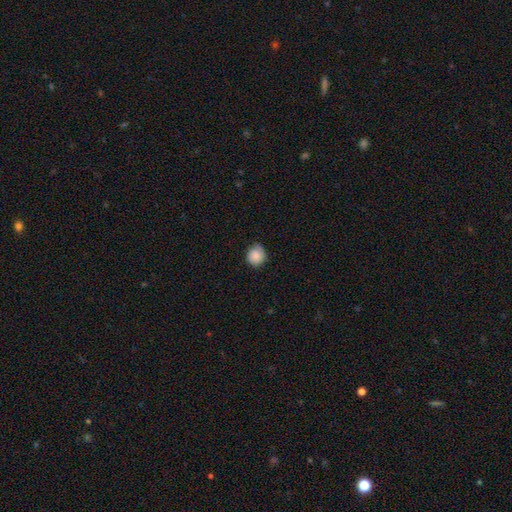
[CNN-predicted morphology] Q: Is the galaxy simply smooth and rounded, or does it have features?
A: smooth — 84%.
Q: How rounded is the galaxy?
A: round — 80%.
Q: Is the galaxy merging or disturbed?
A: none — 71%.